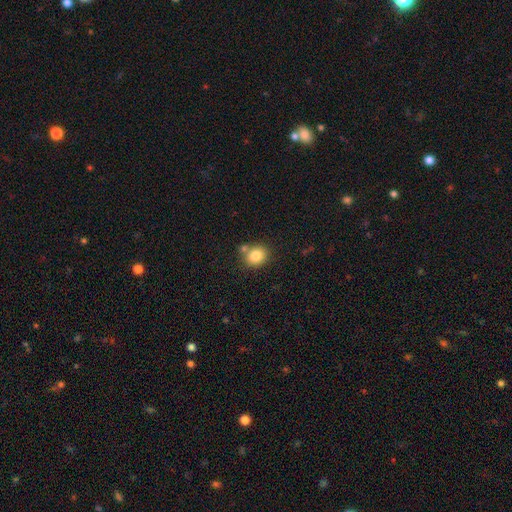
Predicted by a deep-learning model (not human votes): smooth_or_featured: smooth (p=0.83) [alt: star or artifact p=0.10]
how_rounded: round (p=0.68) [alt: in between p=0.31]
merging: none (p=0.66) [alt: merger p=0.19]